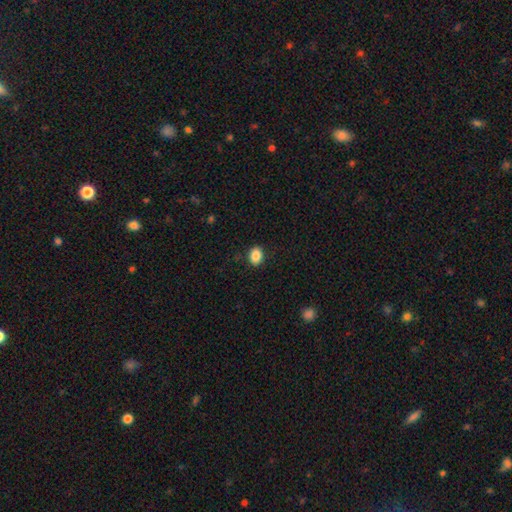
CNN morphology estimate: The model was most divided on "how rounded": in between: 64%, round: 34%, cigar-shaped: 1%. More confident: merging — none (87%); smooth or featured — smooth (87%).